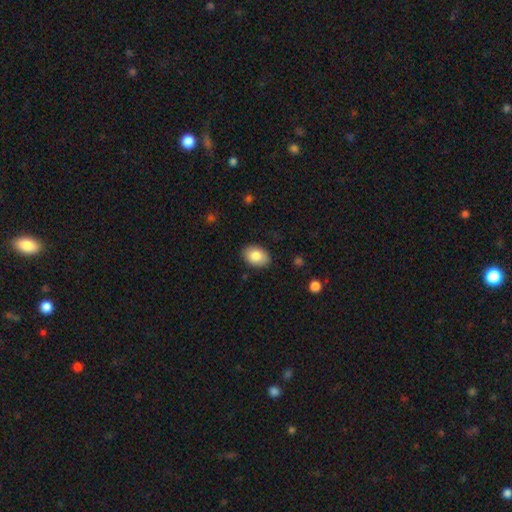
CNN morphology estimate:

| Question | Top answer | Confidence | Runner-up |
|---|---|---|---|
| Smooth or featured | smooth | 85% | featured or disk (8%) |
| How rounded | in between | 81% | round (18%) |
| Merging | none | 86% | minor disturbance (10%) |